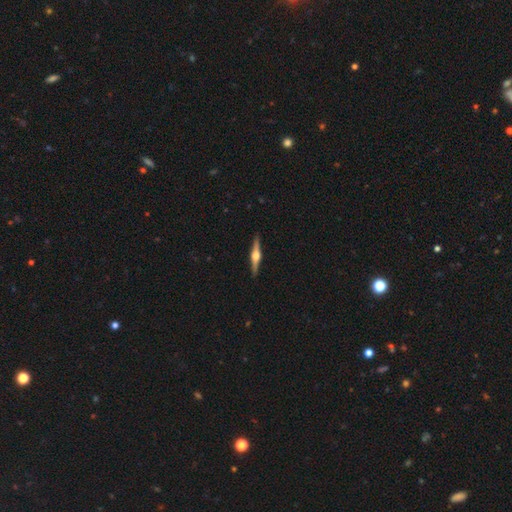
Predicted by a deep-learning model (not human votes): Smooth or featured: featured or disk — 80% (smooth — 16%)
Edge-on disk: yes — 98% (no — 2%)
Edge-on bulge: rounded — 95% (boxy — 3%)
Merging: none — 92% (minor disturbance — 6%)